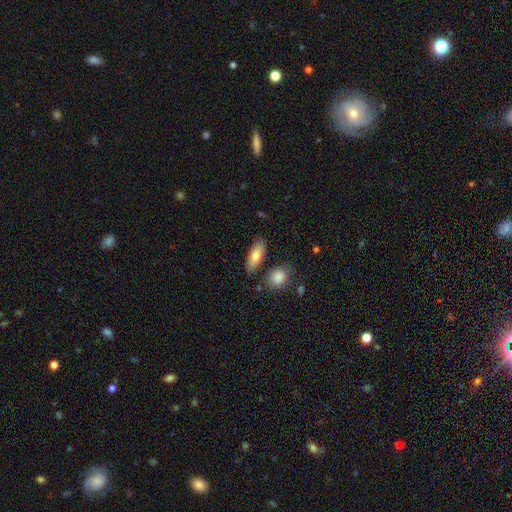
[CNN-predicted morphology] Smooth or featured? Predicted: smooth (p=0.79). How rounded? Predicted: in between (p=0.68). Merging? Predicted: none (p=0.79).